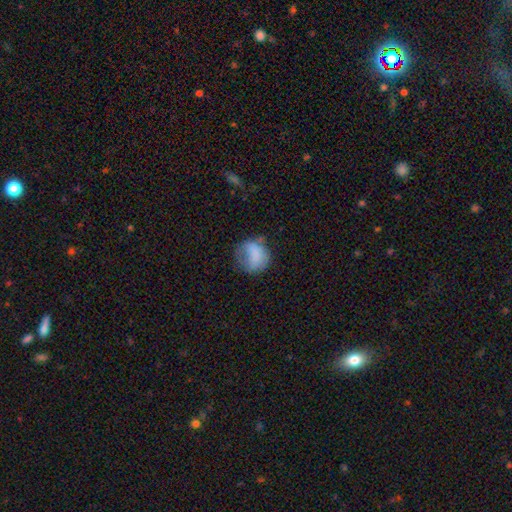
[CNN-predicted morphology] Smooth or featured: smooth — 74% (featured or disk — 16%)
How rounded: round — 68% (in between — 31%)
Merging: none — 42% (minor disturbance — 30%)